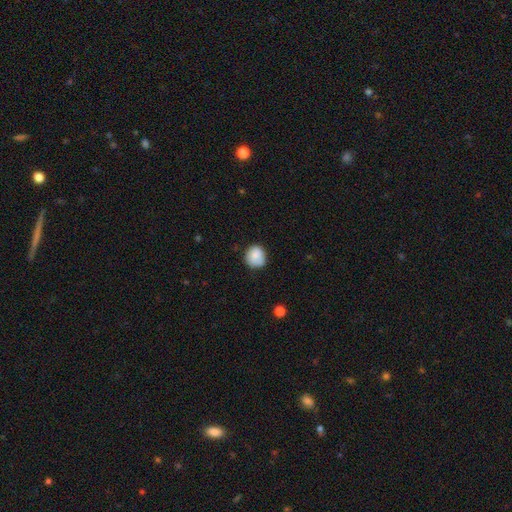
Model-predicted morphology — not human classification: Smooth or featured?
  - smooth: 83% *
  - featured or disk: 10%
  - star or artifact: 8%
How rounded?
  - round: 84% *
  - in between: 15%
  - cigar-shaped: 1%
Merging?
  - none: 70% *
  - minor disturbance: 22%
  - major disturbance: 5%
  - merger: 3%